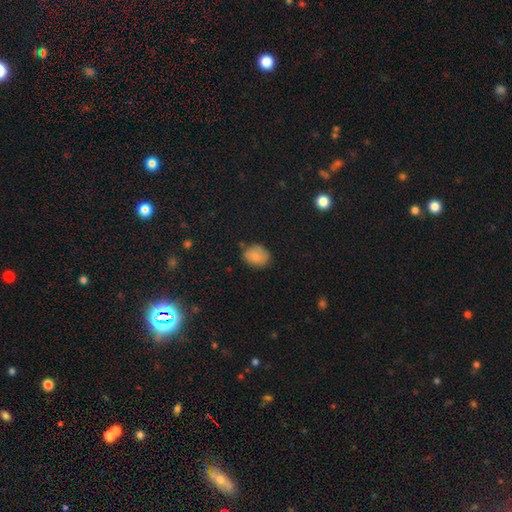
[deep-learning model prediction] Smooth or featured? smooth (84%)
How rounded? in between (53%)
Merging? none (71%)